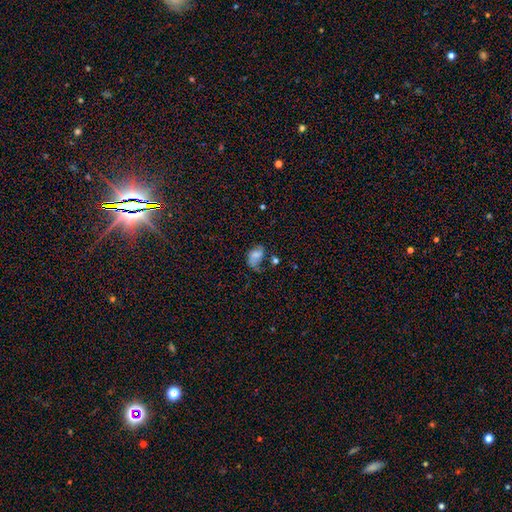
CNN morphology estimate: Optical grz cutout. It shows a smooth galaxy with no disk features (57%) that is in between round and cigar-shaped (86%). Merging: none (34%).